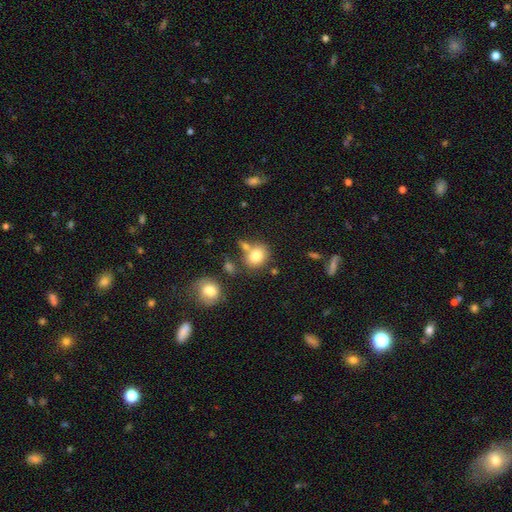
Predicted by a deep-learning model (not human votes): smooth_or_featured: smooth (p=0.80) [alt: featured or disk p=0.10]
how_rounded: round (p=0.57) [alt: in between p=0.42]
merging: none (p=0.63) [alt: merger p=0.18]